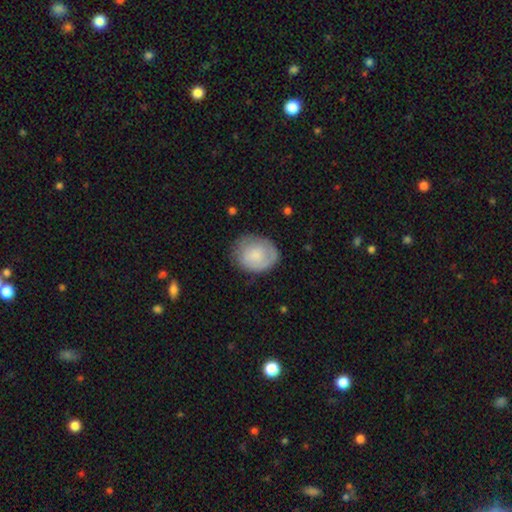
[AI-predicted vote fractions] Smooth or featured?
  - smooth: 69% *
  - featured or disk: 25%
  - star or artifact: 6%
How rounded?
  - round: 53% *
  - in between: 46%
  - cigar-shaped: 1%
Merging?
  - none: 67% *
  - minor disturbance: 23%
  - major disturbance: 9%
  - merger: 2%